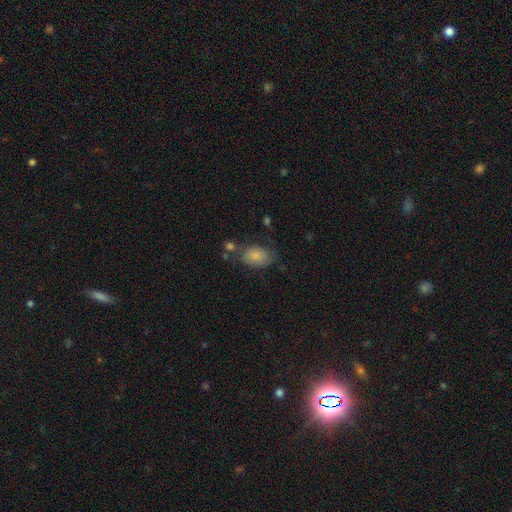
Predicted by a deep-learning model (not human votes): The model was most divided on "merging": none: 54%, minor disturbance: 27%, major disturbance: 12%, merger: 7%. More confident: how rounded — in between (82%); smooth or featured — smooth (76%).